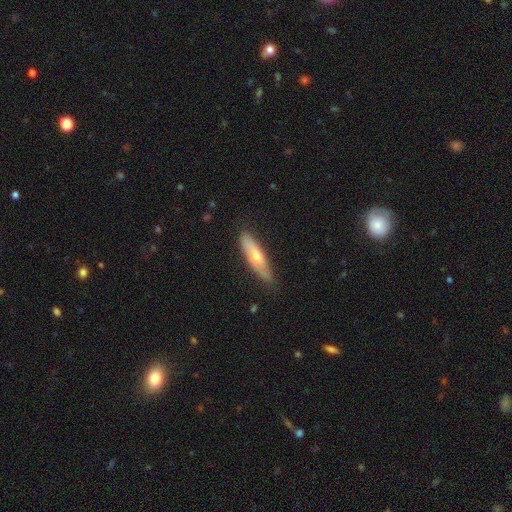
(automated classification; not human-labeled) smooth 54%, featured or disk 40%, star or artifact 6%. Down the decision tree: how rounded — cigar-shaped (65%); merging — none (74%).